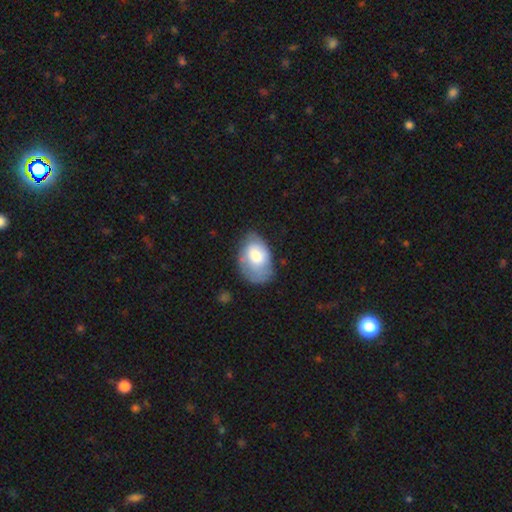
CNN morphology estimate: Overall: smooth (68%). How rounded: in between (87%). Merging: none (55%; minor disturbance 32%).